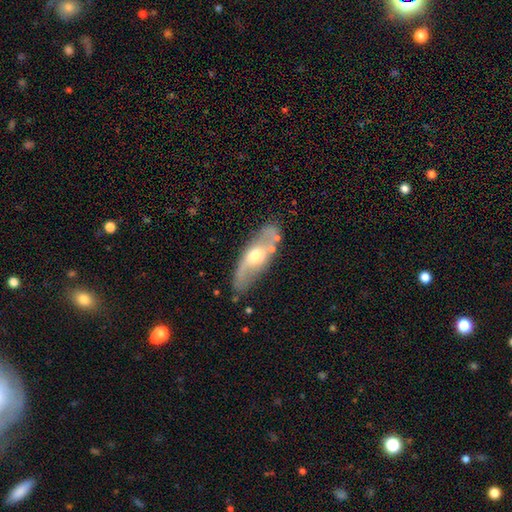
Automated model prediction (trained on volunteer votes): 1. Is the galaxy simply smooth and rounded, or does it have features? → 68% featured or disk, 26% smooth, 6% star or artifact.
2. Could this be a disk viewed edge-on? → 74% no, 26% yes.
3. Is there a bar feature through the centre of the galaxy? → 67% no, 26% weak, 7% strong.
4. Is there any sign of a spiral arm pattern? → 67% yes, 33% no.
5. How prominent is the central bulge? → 71% moderate, 16% large, 10% small, 1% dominant, 1% none.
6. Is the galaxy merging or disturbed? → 71% none, 18% minor disturbance, 6% merger, 5% major disturbance.